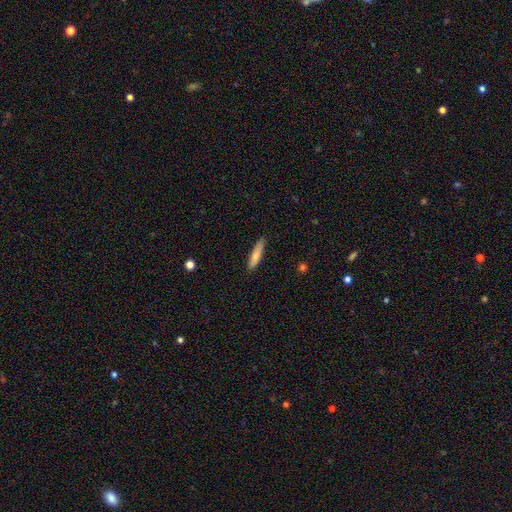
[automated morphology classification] smooth 76%, featured or disk 18%, star or artifact 6%. Down the decision tree: how rounded — cigar-shaped (83%); merging — none (84%).